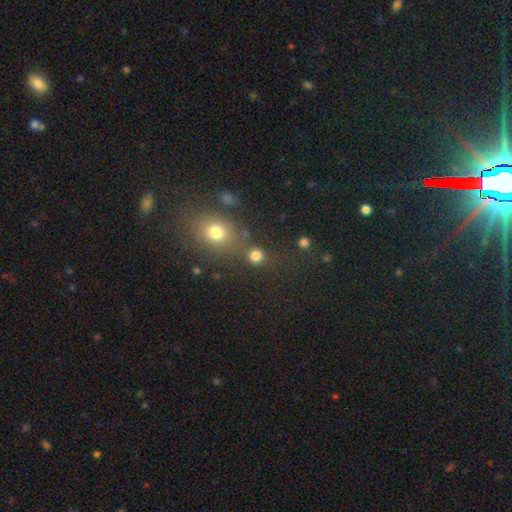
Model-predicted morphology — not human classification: This is clearly a smooth galaxy (80%). How rounded: clearly round (88%). Merging: likely none (77%).